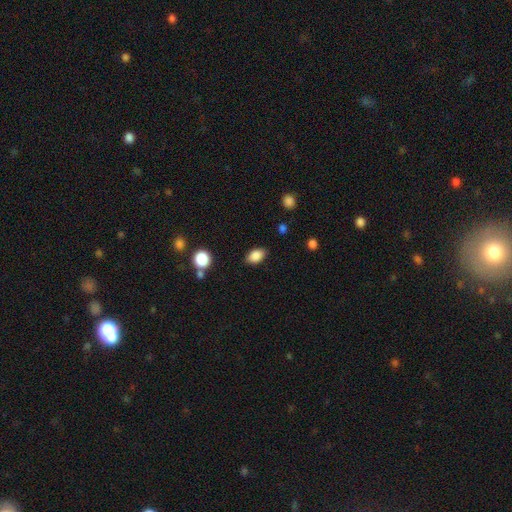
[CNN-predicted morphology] Smooth or featured: smooth — 86% (star or artifact — 8%)
How rounded: in between — 88% (round — 10%)
Merging: none — 84% (minor disturbance — 12%)